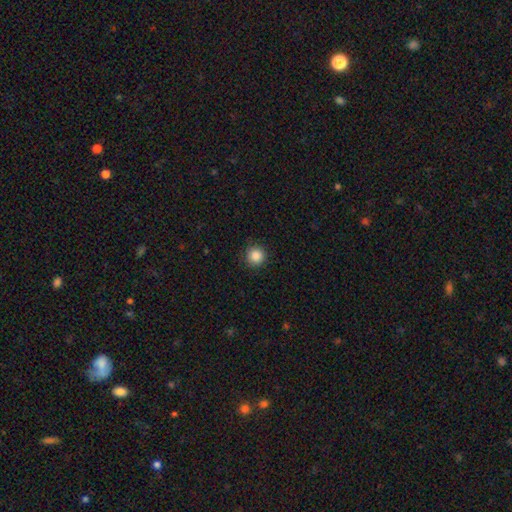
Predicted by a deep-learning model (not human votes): smooth 87%, star or artifact 10%, featured or disk 3%. Down the decision tree: how rounded — round (95%); merging — none (90%).